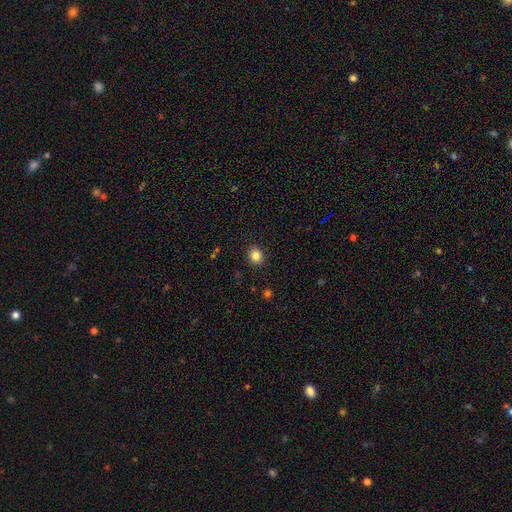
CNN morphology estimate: Smooth or featured? smooth (84%)
How rounded? round (75%)
Merging? none (91%)